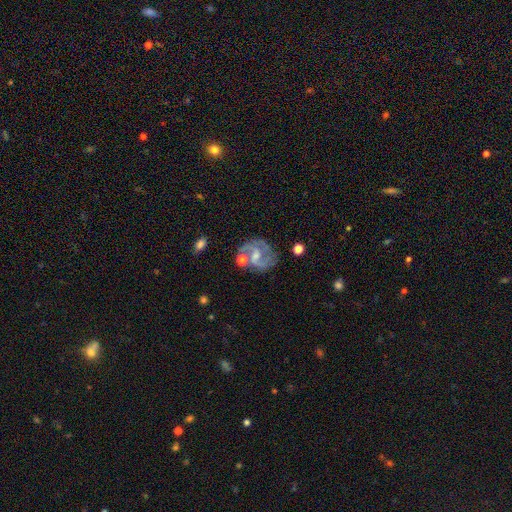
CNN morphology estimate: The model was most divided on "bulge size": small: 45%, moderate: 44%, none: 7%, large: 3%, dominant: 1%. Remaining: edge-on disk — no (97%); spiral arms — yes (89%); smooth or featured — featured or disk (77%); spiral arm count — 2 (75%); merging — none (62%); bar — weak (50%); spiral winding — medium (50%).